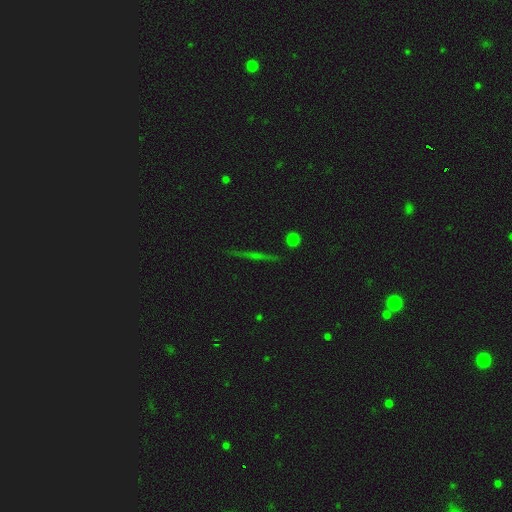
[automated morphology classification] A featured or disk galaxy (60%) viewed edge-on (96%) with no central bulge (56%). Merging: none (90%).